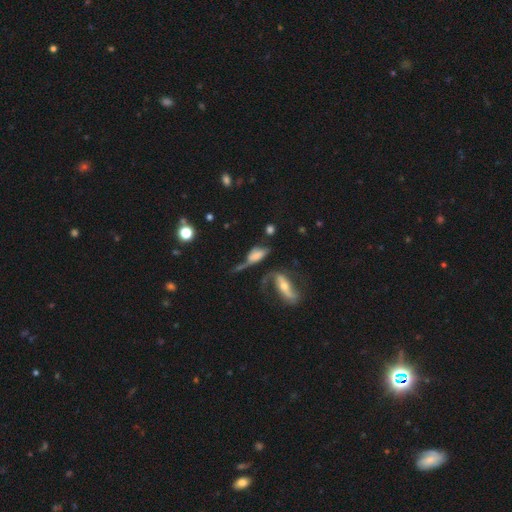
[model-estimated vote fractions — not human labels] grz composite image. It shows a featured or disk galaxy (48%). Merging: major disturbance (33%).